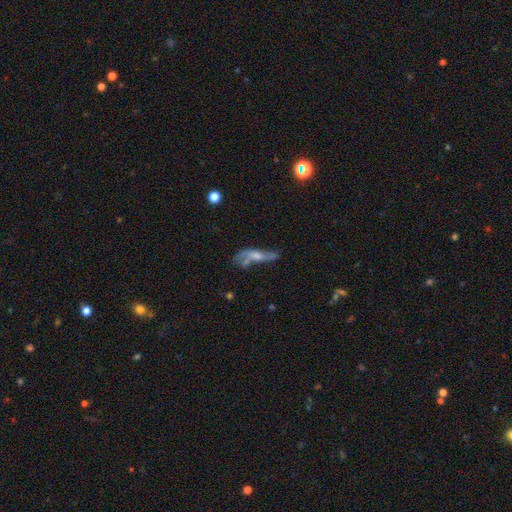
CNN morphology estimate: Overall: featured or disk (59%; smooth 31%). Edge-on disk: no (63%; yes 37%). Merging: none (40%; minor disturbance 23%).